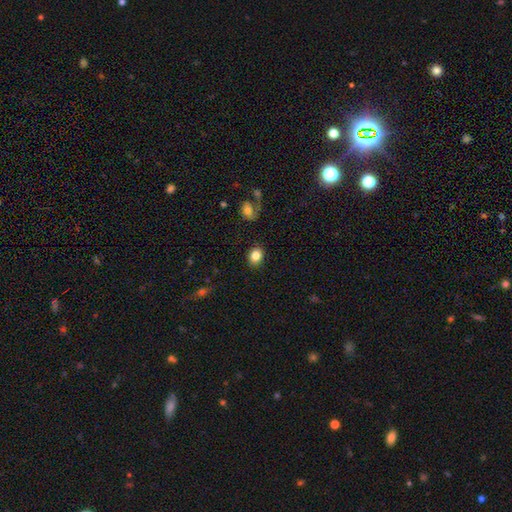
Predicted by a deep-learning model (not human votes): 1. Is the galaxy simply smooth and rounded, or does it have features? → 84% smooth, 9% star or artifact, 7% featured or disk.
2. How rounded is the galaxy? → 51% in between, 48% round, 1% cigar-shaped.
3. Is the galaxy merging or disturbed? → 88% none, 8% minor disturbance, 2% major disturbance, 2% merger.